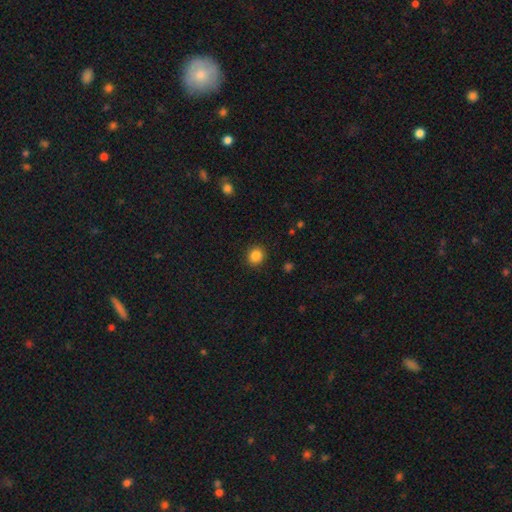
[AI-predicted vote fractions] Smooth or featured? smooth (86%)
How rounded? round (87%)
Merging? none (91%)